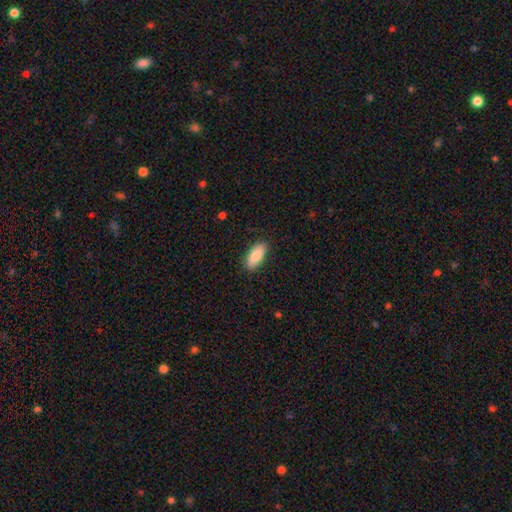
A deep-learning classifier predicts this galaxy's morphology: A smooth galaxy with no disk features (84%) that is in between round and cigar-shaped (83%). Merging: none (88%).